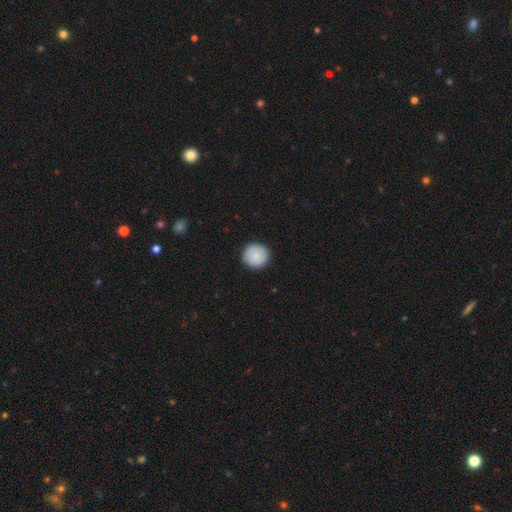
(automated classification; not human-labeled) smooth-or-featured: smooth: 84% | featured or disk: 9% | star or artifact: 6%
  how-rounded: round: 95% | in between: 5% | cigar-shaped: 1%
  merging: none: 91% | minor disturbance: 6% | major disturbance: 2% | merger: 1%